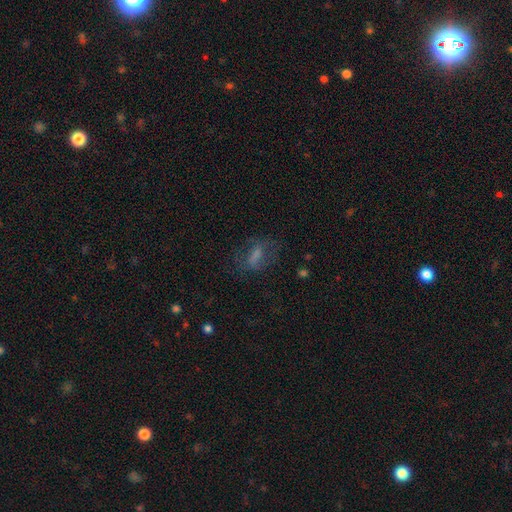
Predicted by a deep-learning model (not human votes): Smooth or featured: smooth — 45% (featured or disk — 34%)
Merging: none — 63% (minor disturbance — 18%)